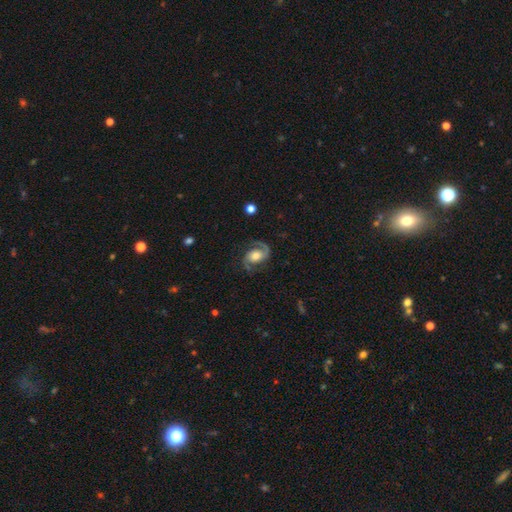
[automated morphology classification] The model was most divided on "bar": no: 59%, weak: 30%, strong: 10%. More confident: edge-on disk — no (98%); spiral arms — yes (97%); spiral arm count — 2 (90%); smooth or featured — featured or disk (87%); merging — none (76%); bulge size — moderate (56%); spiral winding — medium (55%).